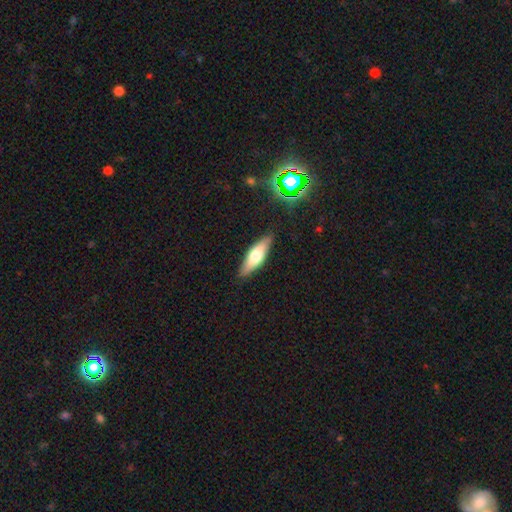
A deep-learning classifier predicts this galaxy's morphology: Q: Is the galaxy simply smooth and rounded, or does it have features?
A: smooth — 54%.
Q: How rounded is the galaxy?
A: cigar-shaped — 51%.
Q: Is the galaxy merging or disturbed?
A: none — 87%.